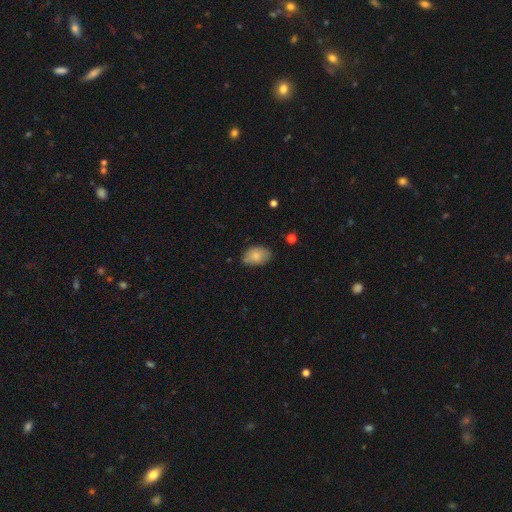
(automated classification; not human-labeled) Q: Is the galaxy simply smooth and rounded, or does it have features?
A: smooth — 84%.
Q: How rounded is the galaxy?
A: in between — 86%.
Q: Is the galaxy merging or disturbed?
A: none — 76%.